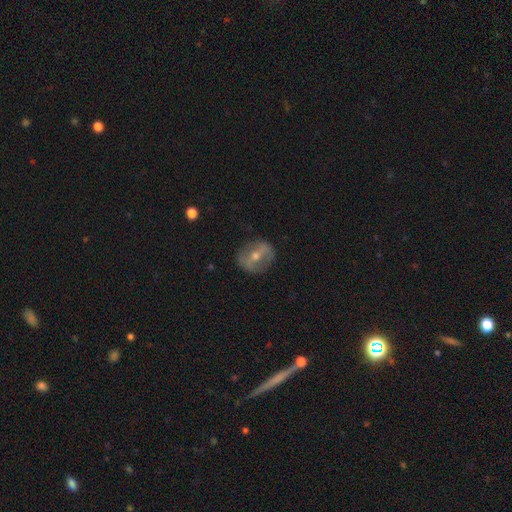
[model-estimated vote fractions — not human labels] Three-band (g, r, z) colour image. It shows a featured or disk galaxy (65%) with a strong bar (47%), no spiral arms (60%) and a moderate central bulge (52%). Merging: none (79%).